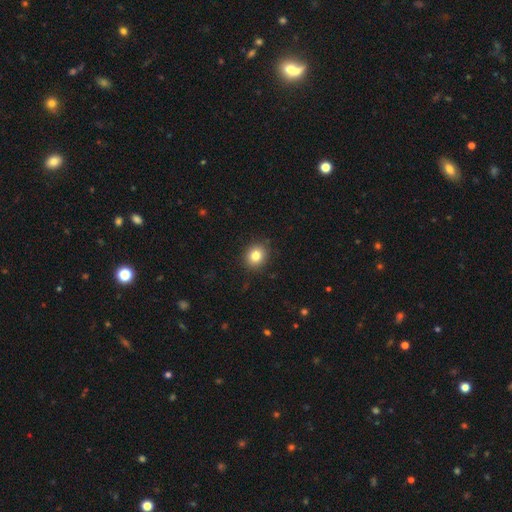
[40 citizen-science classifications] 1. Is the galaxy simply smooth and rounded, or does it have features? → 88% smooth, 8% star or artifact, 5% featured or disk.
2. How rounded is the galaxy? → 77% round, 23% in between, 0% cigar-shaped.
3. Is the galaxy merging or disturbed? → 86% none, 11% minor disturbance, 3% major disturbance, 0% merger.